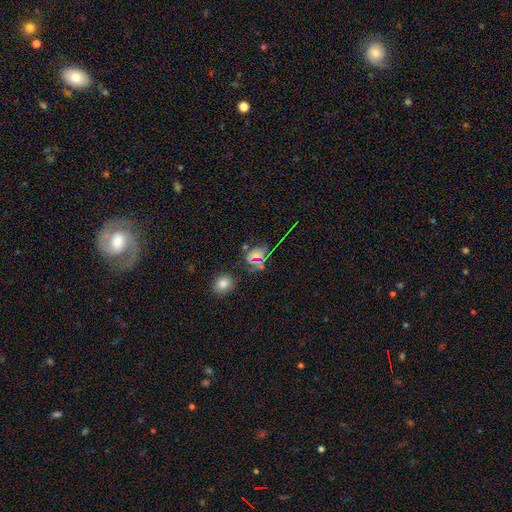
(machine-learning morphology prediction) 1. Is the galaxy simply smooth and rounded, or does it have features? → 46% star or artifact, 37% smooth, 17% featured or disk.